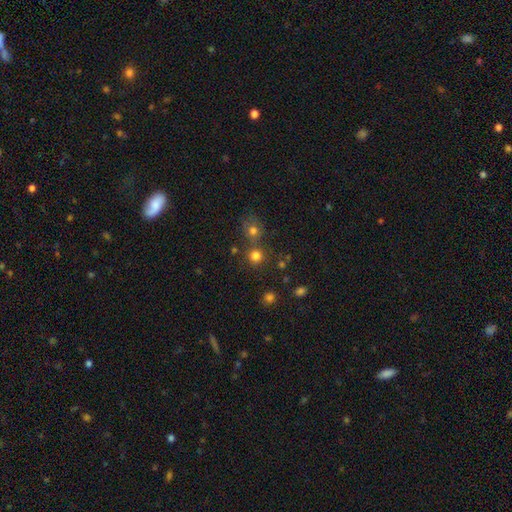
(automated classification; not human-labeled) smooth 77%, star or artifact 16%, featured or disk 7%. Down the decision tree: how rounded — round (91%); merging — none (67%).